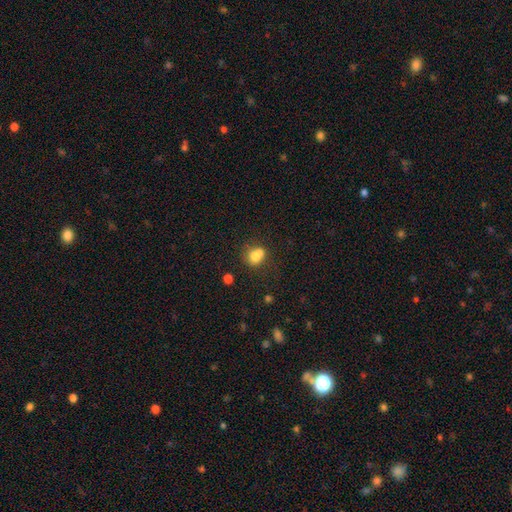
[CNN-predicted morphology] Smooth or featured: smooth — 73% (featured or disk — 15%)
How rounded: round — 67% (in between — 32%)
Merging: merger — 49% (none — 36%)